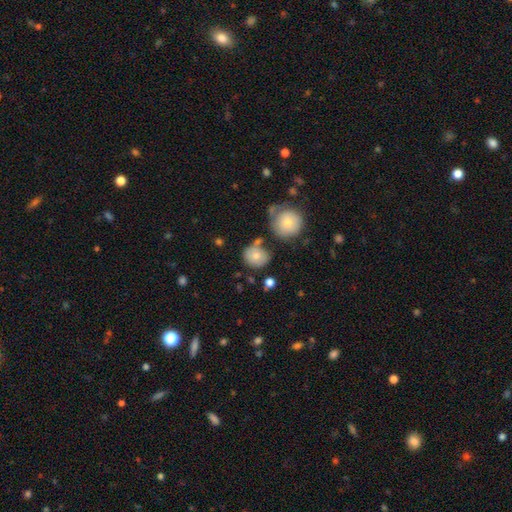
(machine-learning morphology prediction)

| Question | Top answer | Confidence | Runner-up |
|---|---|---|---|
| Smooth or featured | smooth | 76% | featured or disk (15%) |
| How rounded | round | 81% | in between (18%) |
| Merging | none | 65% | minor disturbance (15%) |